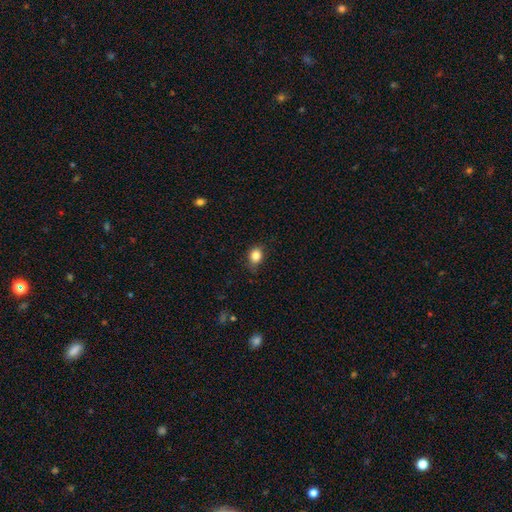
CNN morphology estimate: smooth 84%, star or artifact 10%, featured or disk 5%. Down the decision tree: how rounded — round (52%); merging — none (74%).